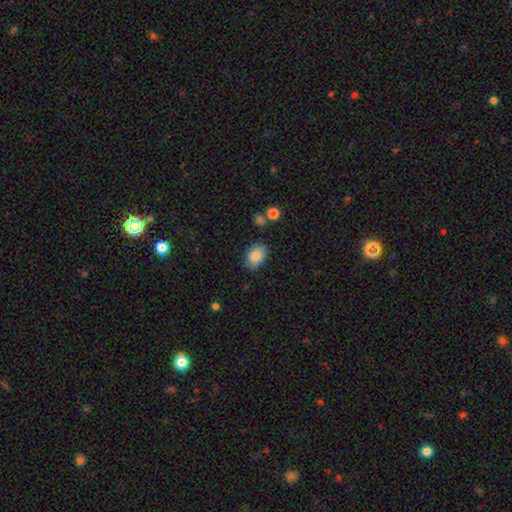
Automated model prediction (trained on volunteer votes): A smooth galaxy with no disk features (86%) that is in between round and cigar-shaped (83%). Merging: none (82%).